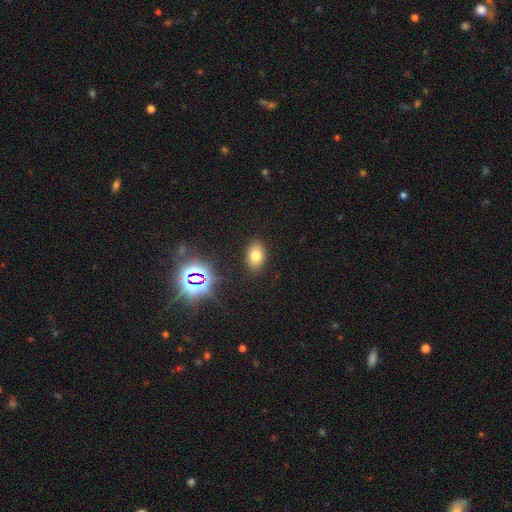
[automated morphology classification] The model was most divided on "smooth or featured": smooth: 73%, star or artifact: 17%, featured or disk: 10%. More confident: merging — none (87%); how rounded — in between (82%).